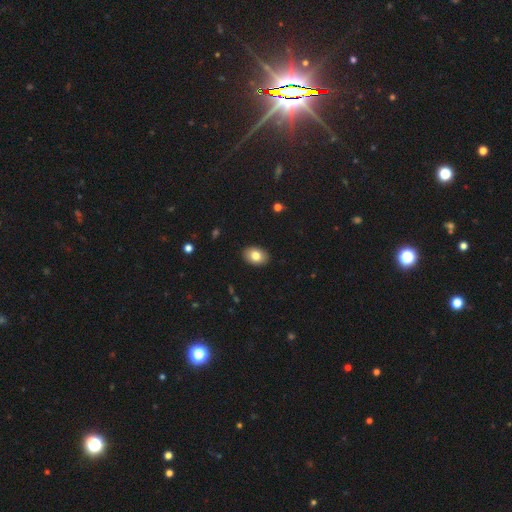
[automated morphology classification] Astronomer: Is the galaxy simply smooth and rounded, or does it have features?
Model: smooth — 82%.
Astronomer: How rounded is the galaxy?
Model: in between — 80%.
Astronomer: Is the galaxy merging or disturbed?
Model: none — 90%.